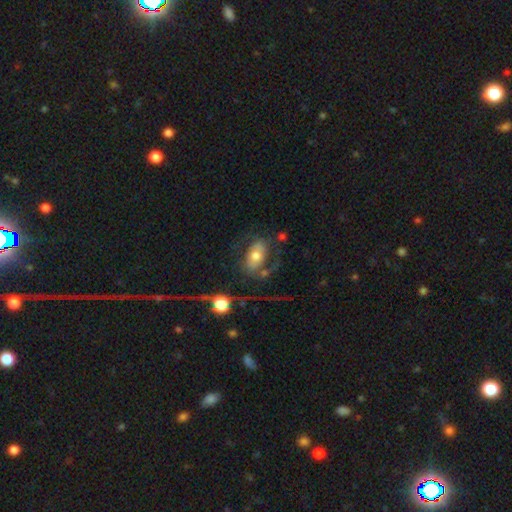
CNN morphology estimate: Smooth or featured? Predicted: featured or disk (p=0.48). Merging? Predicted: none (p=0.50).